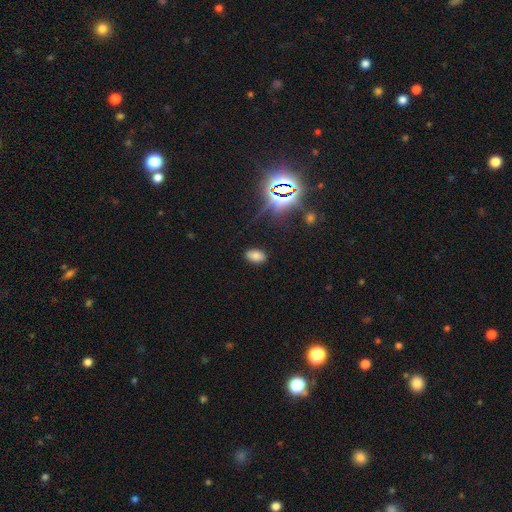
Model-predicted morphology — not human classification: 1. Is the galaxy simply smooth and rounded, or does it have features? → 70% smooth, 22% star or artifact, 8% featured or disk.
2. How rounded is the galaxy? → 91% in between, 8% round, 1% cigar-shaped.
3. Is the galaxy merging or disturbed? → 86% none, 9% minor disturbance, 3% major disturbance, 1% merger.